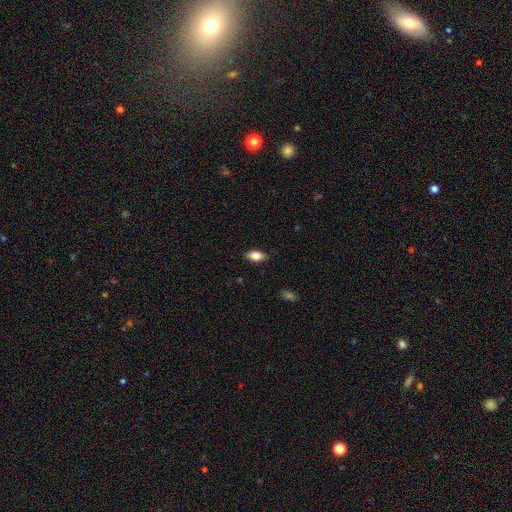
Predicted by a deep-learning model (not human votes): Smooth or featured?
  - smooth: 76% *
  - featured or disk: 16%
  - star or artifact: 7%
How rounded?
  - in between: 88% *
  - cigar-shaped: 9%
  - round: 4%
Merging?
  - none: 86% *
  - minor disturbance: 10%
  - major disturbance: 2%
  - merger: 1%